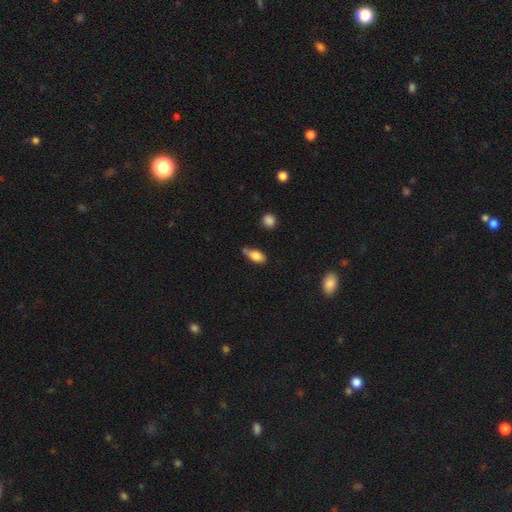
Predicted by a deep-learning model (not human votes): Smooth or featured? Predicted: smooth (p=0.80). How rounded? Predicted: in between (p=0.84). Merging? Predicted: none (p=0.49).